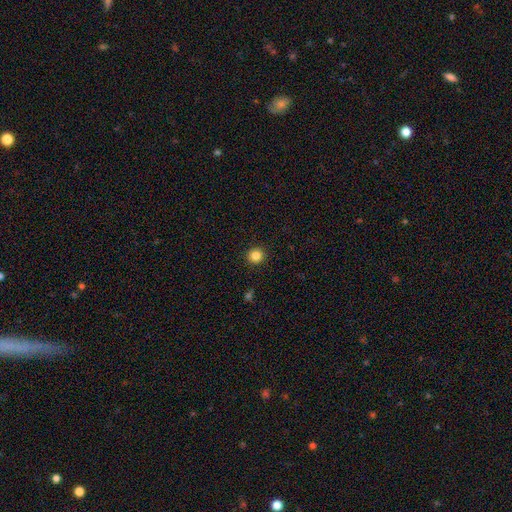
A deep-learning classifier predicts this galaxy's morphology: type=smooth (85%); roundness=round (93%); merging=none (93%).